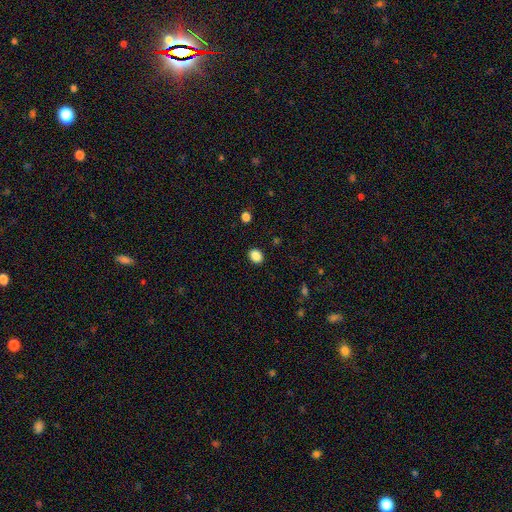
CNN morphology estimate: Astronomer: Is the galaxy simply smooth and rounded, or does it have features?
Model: smooth — 87%.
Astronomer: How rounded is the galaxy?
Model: in between — 53% (runner-up: round, 46%).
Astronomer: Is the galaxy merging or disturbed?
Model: none — 90%.